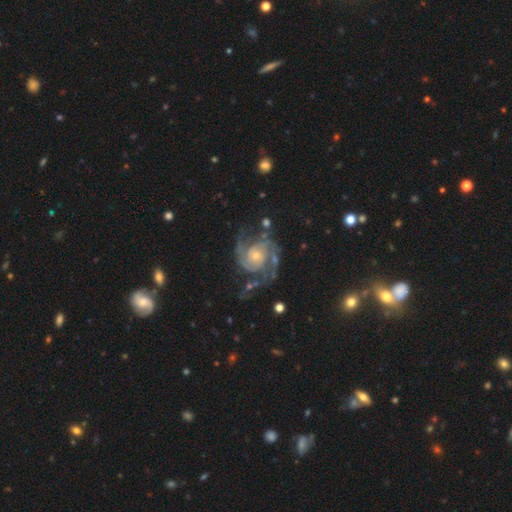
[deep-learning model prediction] smooth-or-featured: featured or disk: 91% | star or artifact: 5% | smooth: 4%
  disk-edge-on: no: 98% | yes: 2%
    bar: no: 70% | weak: 24% | strong: 7%
    has-spiral-arms: yes: 98% | no: 2%
      spiral-winding: medium: 49% | tight: 38% | loose: 13%
      spiral-arm-count: 2: 71% | 3: 13% | can't tell: 6% | 4: 3% | 1: 3% | more than 4: 3%
    bulge-size: small: 58% | moderate: 35% | large: 3% | none: 2% | dominant: 1%
  merging: none: 67% | minor disturbance: 18% | major disturbance: 13% | merger: 3%